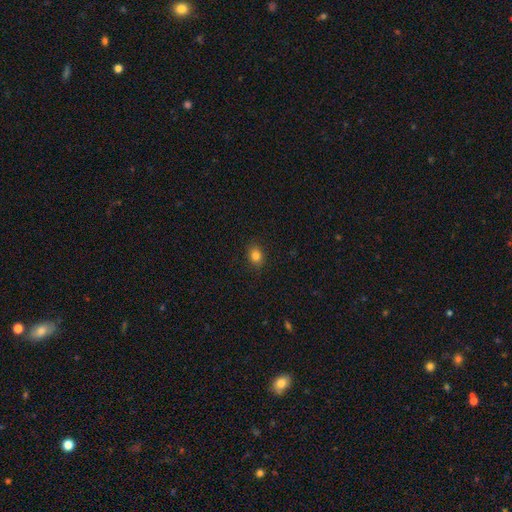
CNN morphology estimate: Smooth or featured: smooth — 82% (star or artifact — 12%)
How rounded: in between — 51% (round — 48%)
Merging: none — 88% (minor disturbance — 9%)